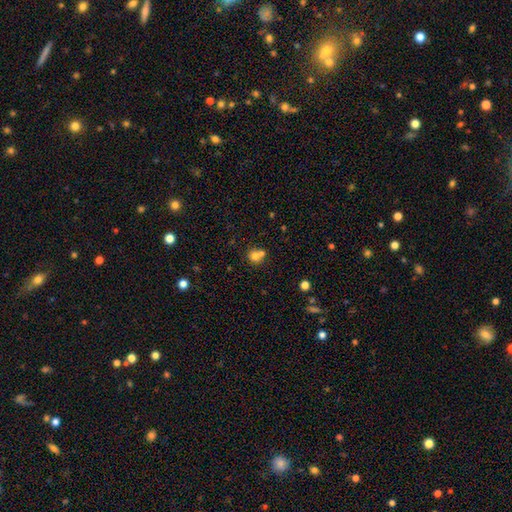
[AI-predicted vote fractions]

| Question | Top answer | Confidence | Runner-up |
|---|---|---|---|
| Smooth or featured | smooth | 73% | featured or disk (14%) |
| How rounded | round | 85% | in between (14%) |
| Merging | merger | 46% | none (45%) |